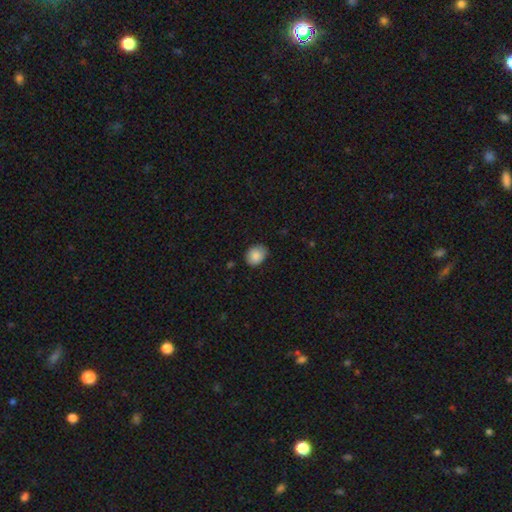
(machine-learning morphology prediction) smooth_or_featured: smooth (p=0.86) [alt: star or artifact p=0.08]
how_rounded: in between (p=0.57) [alt: round p=0.42]
merging: none (p=0.81) [alt: minor disturbance p=0.15]